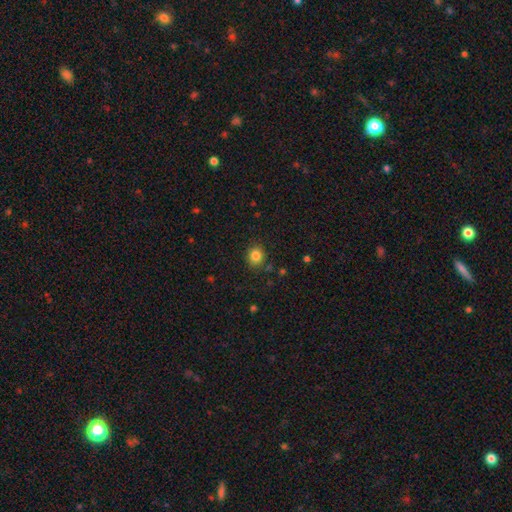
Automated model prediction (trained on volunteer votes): This is clearly a smooth galaxy (83%). How rounded: likely round (72%). Merging: clearly none (85%).